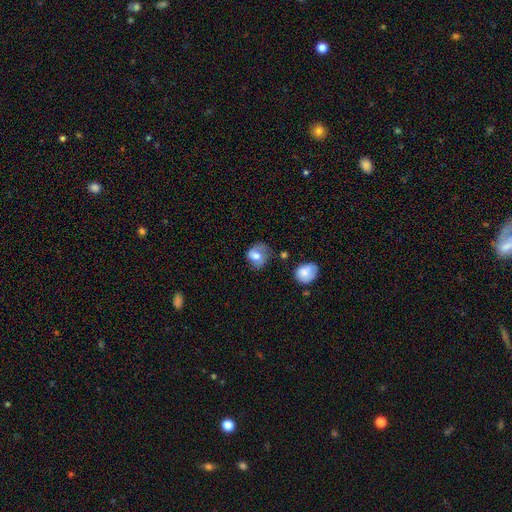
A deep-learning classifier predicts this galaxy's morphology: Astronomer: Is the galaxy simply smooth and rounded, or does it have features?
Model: smooth — 68%.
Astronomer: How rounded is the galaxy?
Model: round — 57% (runner-up: in between, 41%).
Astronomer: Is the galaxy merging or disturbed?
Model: none — 47% (runner-up: minor disturbance, 32%).